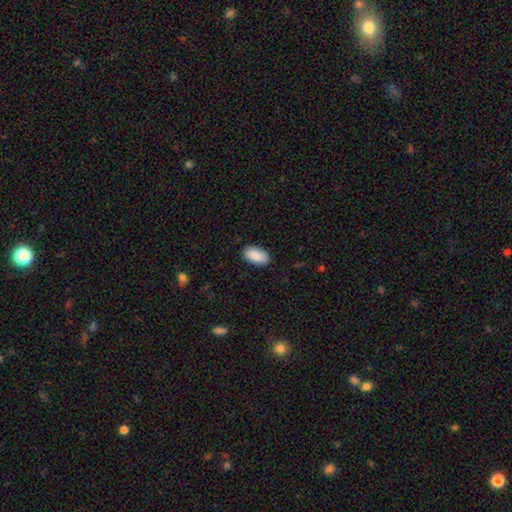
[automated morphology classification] Smooth or featured?
  - smooth: 88% *
  - star or artifact: 6%
  - featured or disk: 6%
How rounded?
  - in between: 95% *
  - round: 3%
  - cigar-shaped: 2%
Merging?
  - none: 88% *
  - minor disturbance: 9%
  - major disturbance: 2%
  - merger: 1%